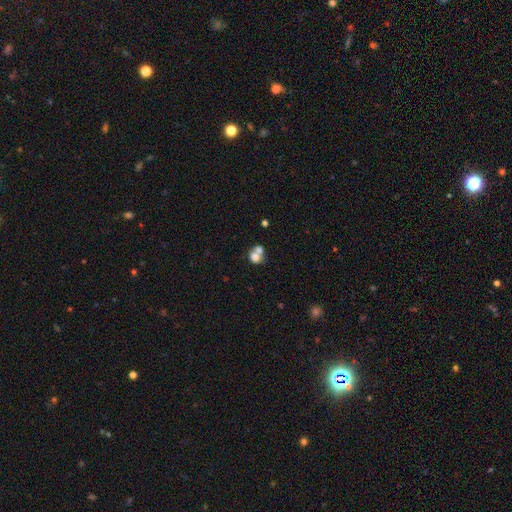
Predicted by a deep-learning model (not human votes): Overall: smooth (71%). How rounded: round (60%; in between 39%). Merging: merger (61%; none 28%).